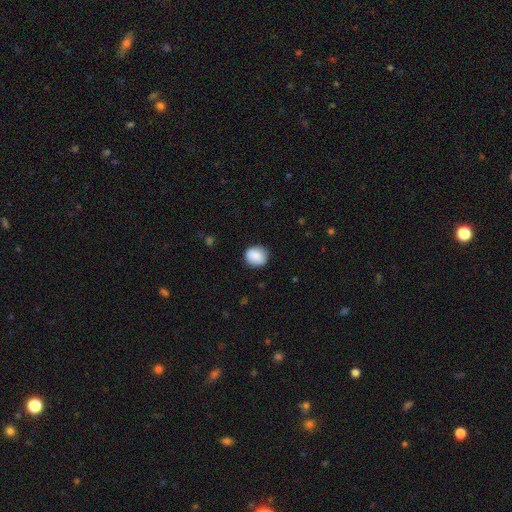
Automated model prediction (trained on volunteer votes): smooth-or-featured: smooth: 86% | star or artifact: 7% | featured or disk: 7%
  how-rounded: round: 78% | in between: 21% | cigar-shaped: 1%
  merging: none: 85% | minor disturbance: 12% | major disturbance: 3% | merger: 1%